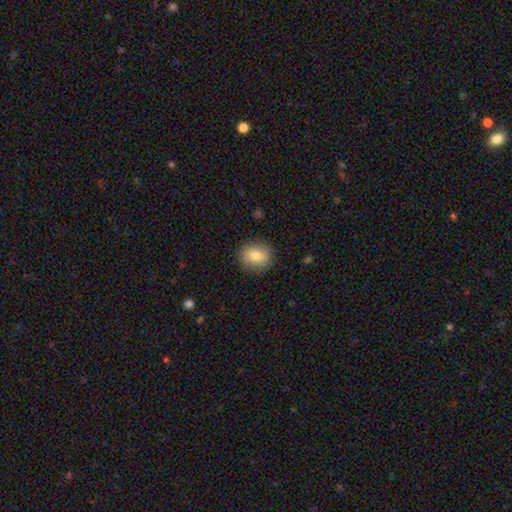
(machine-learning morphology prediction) smooth_or_featured: smooth (p=0.78) [alt: featured or disk p=0.13]
how_rounded: round (p=0.65) [alt: in between p=0.34]
merging: none (p=0.85) [alt: minor disturbance p=0.11]